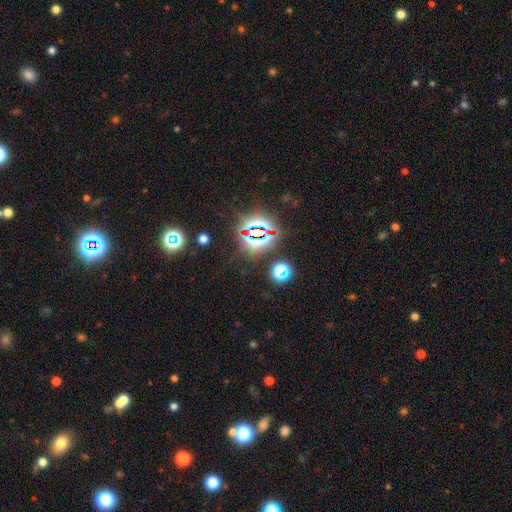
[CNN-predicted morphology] A star or artifact, not a galaxy (82%).